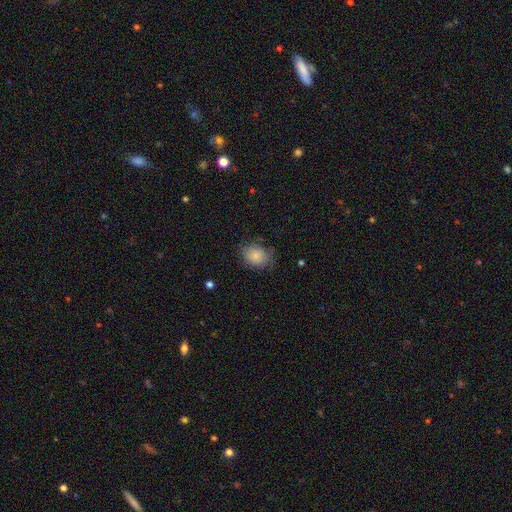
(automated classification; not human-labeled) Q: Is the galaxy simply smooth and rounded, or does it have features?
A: smooth — 83%.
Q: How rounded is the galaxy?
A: in between — 54%.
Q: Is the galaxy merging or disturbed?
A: none — 70%.